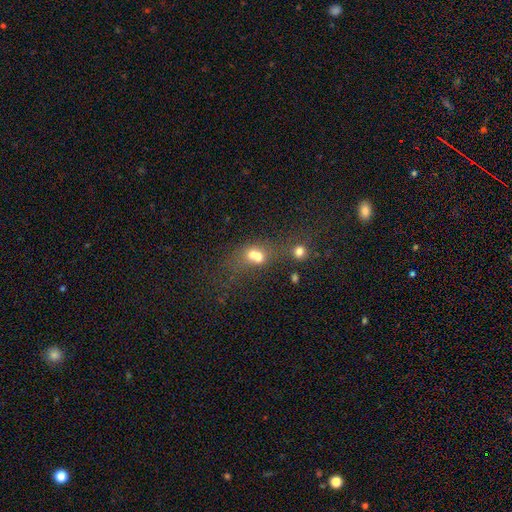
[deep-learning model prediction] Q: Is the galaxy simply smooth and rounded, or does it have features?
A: smooth — 62%.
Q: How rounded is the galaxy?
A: round — 57%.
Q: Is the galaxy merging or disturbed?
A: merger — 62%.